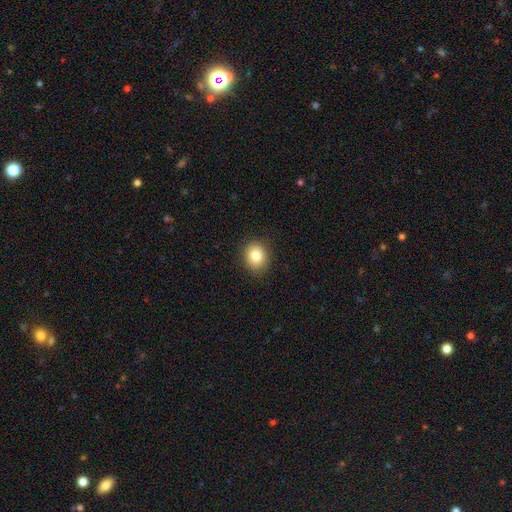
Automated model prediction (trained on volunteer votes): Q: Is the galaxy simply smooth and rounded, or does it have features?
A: smooth — 84%.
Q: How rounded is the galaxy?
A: round — 64%.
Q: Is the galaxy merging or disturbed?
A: none — 88%.